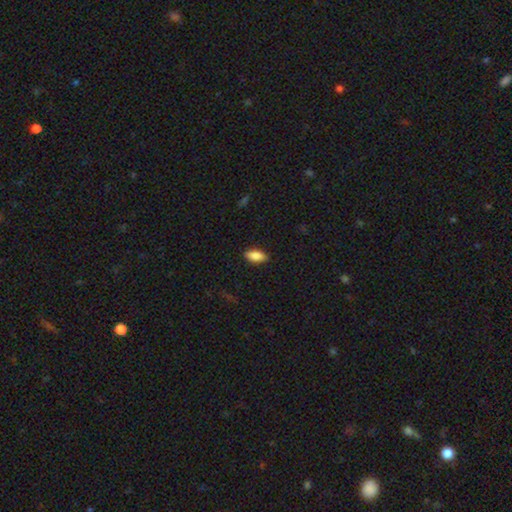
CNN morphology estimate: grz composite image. It shows a smooth galaxy with no disk features (86%) that is in between round and cigar-shaped (89%). Merging: none (88%).